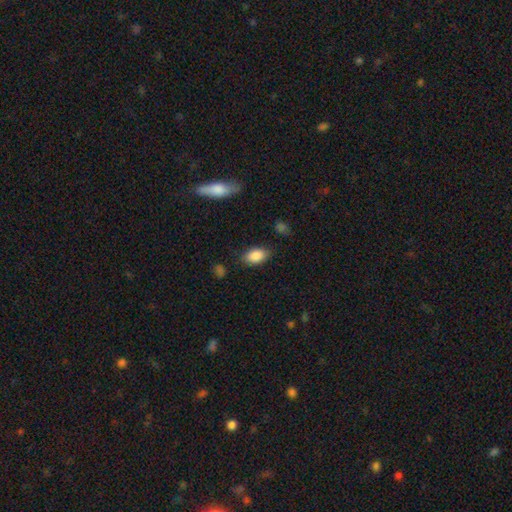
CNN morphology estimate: type=smooth (88%); roundness=in between (91%); merging=none (81%).